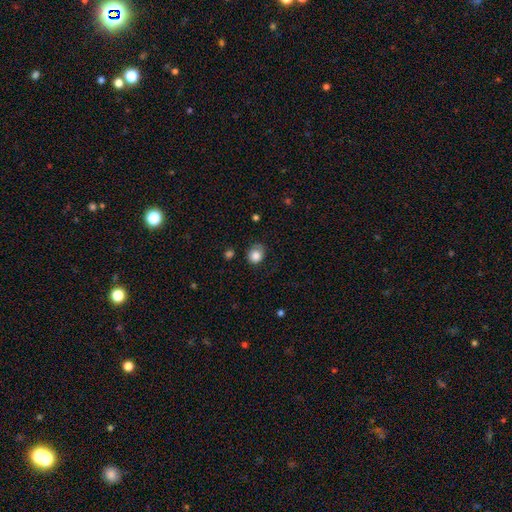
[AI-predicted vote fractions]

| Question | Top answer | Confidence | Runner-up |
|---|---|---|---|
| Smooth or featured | smooth | 85% | star or artifact (9%) |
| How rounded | round | 71% | in between (28%) |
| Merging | none | 63% | minor disturbance (27%) |